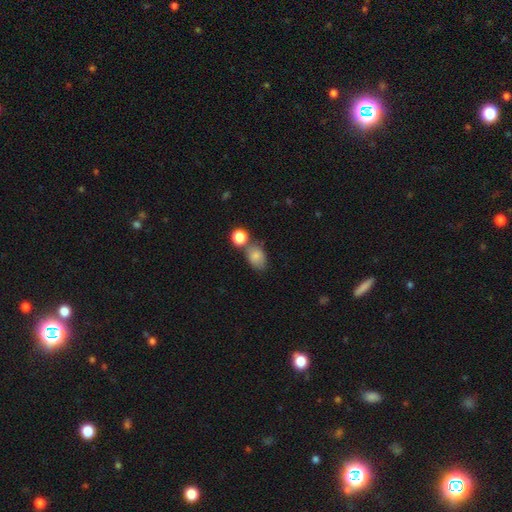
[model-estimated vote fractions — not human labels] The model was most divided on "merging": none: 51%, merger: 25%, minor disturbance: 18%, major disturbance: 6%. More confident: smooth or featured — smooth (79%); how rounded — in between (75%).